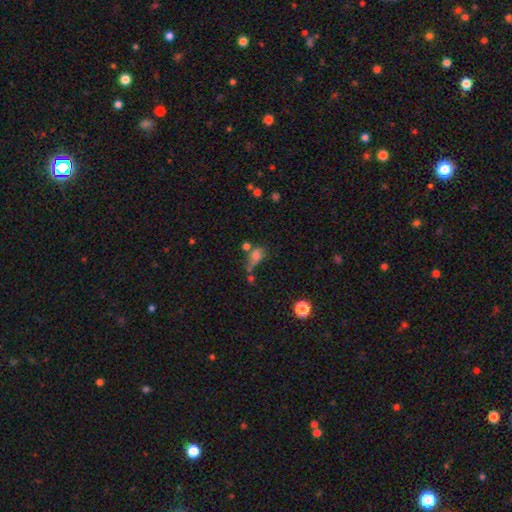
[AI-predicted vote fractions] Smooth or featured?
  - smooth: 68% *
  - star or artifact: 16%
  - featured or disk: 16%
How rounded?
  - in between: 67% *
  - round: 25%
  - cigar-shaped: 8%
Merging?
  - merger: 33% *
  - none: 27%
  - major disturbance: 21%
  - minor disturbance: 19%